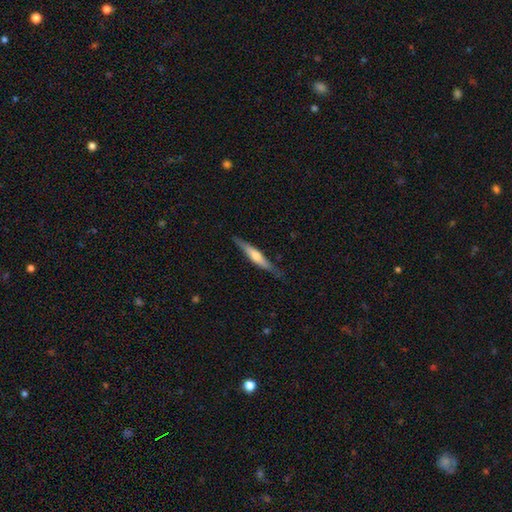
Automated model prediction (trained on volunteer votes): smooth_or_featured: featured or disk (p=0.55) [alt: smooth p=0.40]
disk_edge_on: yes (p=0.94) [alt: no p=0.06]
edge_on_bulge: rounded (p=0.78) [alt: boxy p=0.11]
merging: none (p=0.80) [alt: minor disturbance p=0.16]